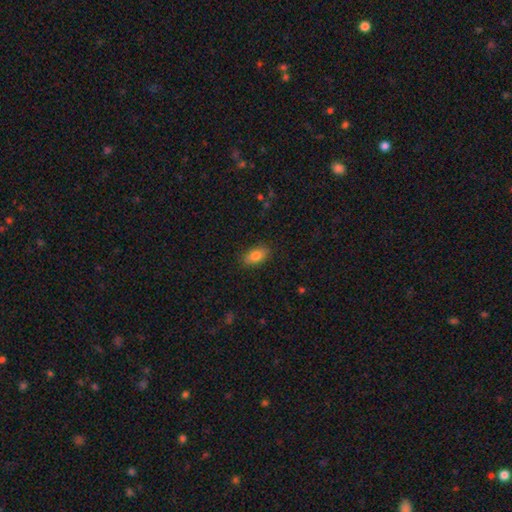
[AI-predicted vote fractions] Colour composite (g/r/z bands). It shows a smooth galaxy with no disk features (81%) that is in between round and cigar-shaped (90%). Merging: none (87%).